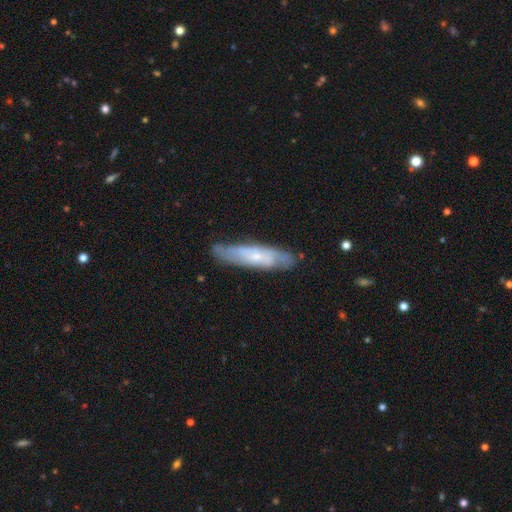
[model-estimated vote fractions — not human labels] The model was most divided on "edge-on disk": no: 56%, yes: 44%. More confident: merging — none (78%); smooth or featured — featured or disk (59%).